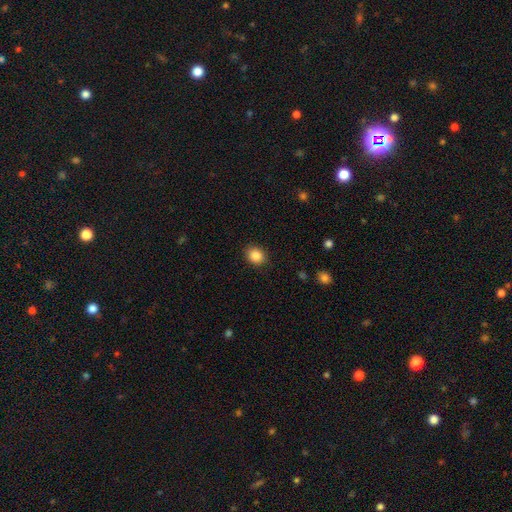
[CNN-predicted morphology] Smooth or featured? Predicted: smooth (p=0.87). How rounded? Predicted: round (p=0.63). Merging? Predicted: none (p=0.88).